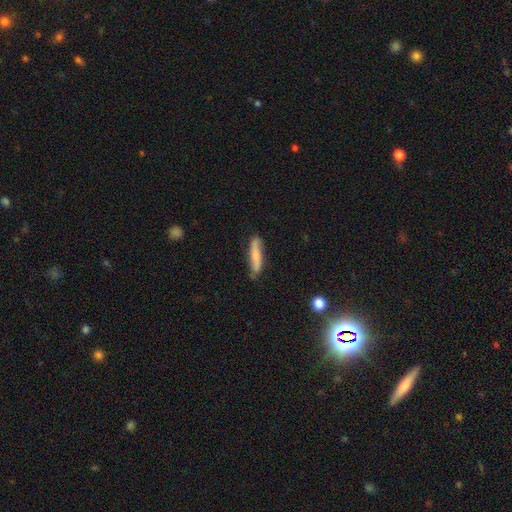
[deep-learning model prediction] This is likely a smooth galaxy (67%). How rounded: clearly cigar-shaped (85%). Merging: likely none (74%).